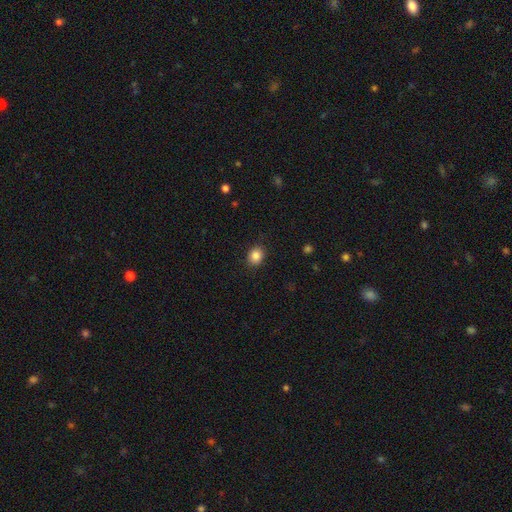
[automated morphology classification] smooth-or-featured: smooth: 86% | star or artifact: 10% | featured or disk: 4%
  how-rounded: round: 59% | in between: 40% | cigar-shaped: 1%
  merging: none: 88% | minor disturbance: 9% | major disturbance: 2% | merger: 1%